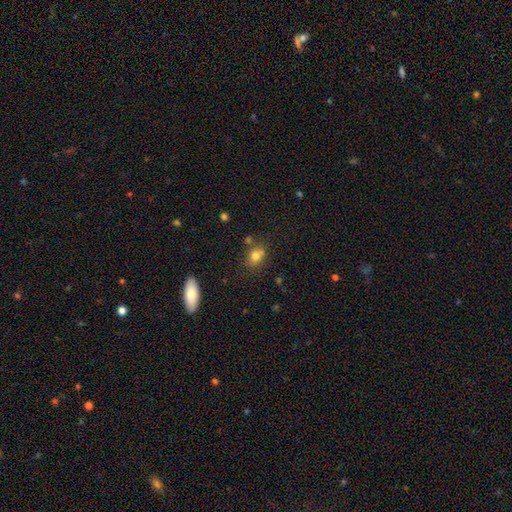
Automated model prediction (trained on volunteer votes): A smooth galaxy with no disk features (76%) that is in between round and cigar-shaped (58%). Merging: none (65%).